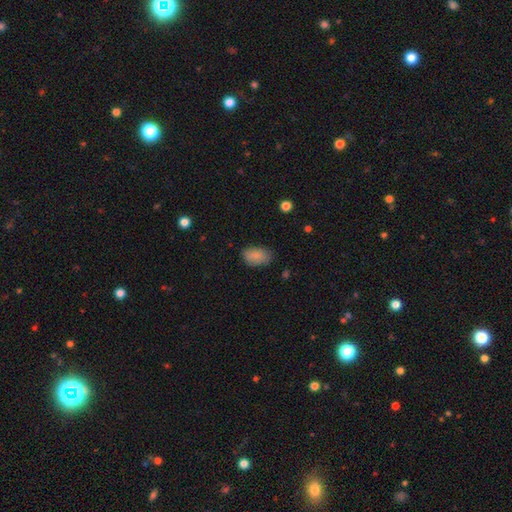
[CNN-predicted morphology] smooth 86%, star or artifact 8%, featured or disk 6%. Down the decision tree: how rounded — in between (90%); merging — none (74%).